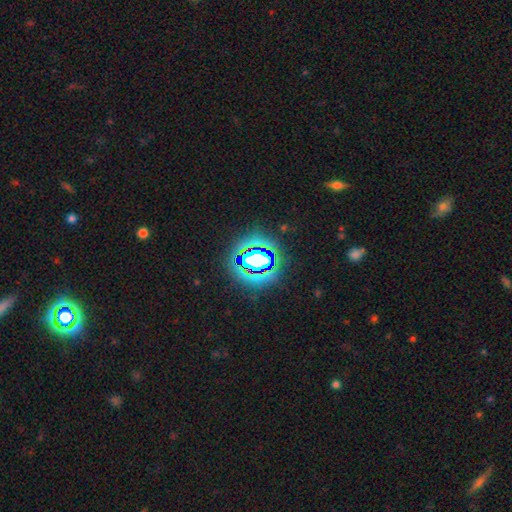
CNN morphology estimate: Overall: star or artifact (71%).